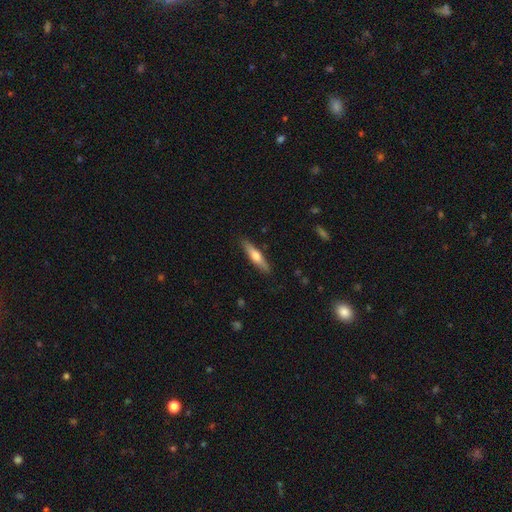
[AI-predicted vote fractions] Smooth or featured? Predicted: smooth (p=0.52). How rounded? Predicted: cigar-shaped (p=0.81). Merging? Predicted: none (p=0.88).